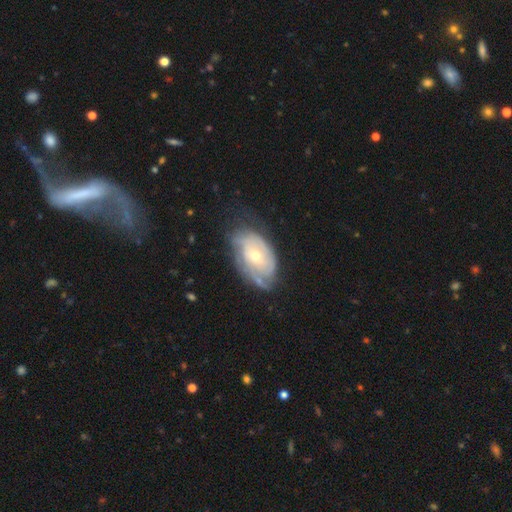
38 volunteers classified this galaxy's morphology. Overall: featured or disk (79%). Edge-on disk: no (97%). Bar: no (79%). Spiral arms: yes (72%). Spiral arm count: can't tell (62%). Spiral winding: tight (62%; medium 29%). Bulge size: small (66%; moderate 31%). Merging: none (63%; minor disturbance 29%).